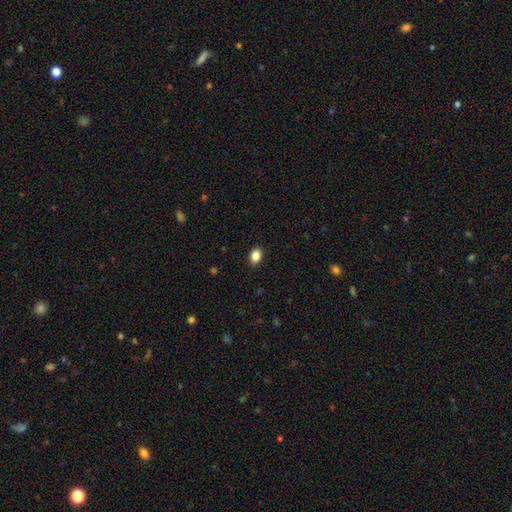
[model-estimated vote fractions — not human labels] A smooth galaxy with no disk features (86%) that is in between round and cigar-shaped (81%).

Vote fractions:
- Smooth or featured? smooth: 86% / star or artifact: 9% / featured or disk: 5%
- How rounded? in between: 81% / round: 17% / cigar-shaped: 1%
- Merging? none: 87% / minor disturbance: 10% / major disturbance: 2% / merger: 1%